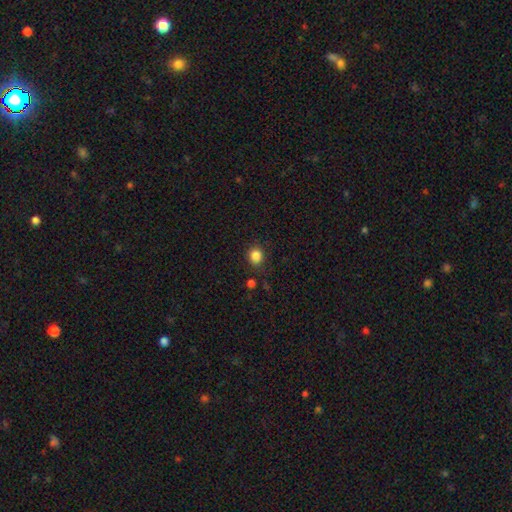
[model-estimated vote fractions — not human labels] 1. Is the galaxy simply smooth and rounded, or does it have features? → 85% smooth, 11% star or artifact, 4% featured or disk.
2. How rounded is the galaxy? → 79% round, 20% in between, 1% cigar-shaped.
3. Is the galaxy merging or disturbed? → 82% none, 12% minor disturbance, 4% major disturbance, 3% merger.